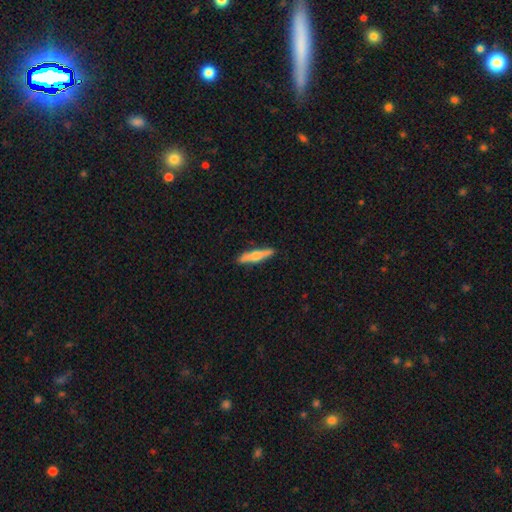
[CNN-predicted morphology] smooth-or-featured: smooth: 52% | featured or disk: 42% | star or artifact: 5%
  how-rounded: cigar-shaped: 86% | in between: 12% | round: 2%
  merging: none: 88% | minor disturbance: 9% | major disturbance: 2% | merger: 1%